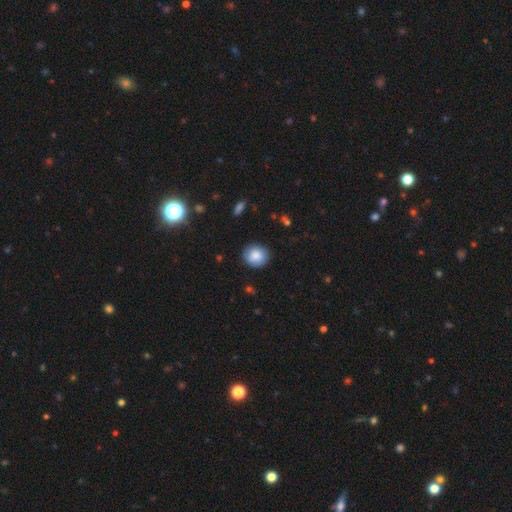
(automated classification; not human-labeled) Overall: smooth (83%). How rounded: round (84%). Merging: none (86%).